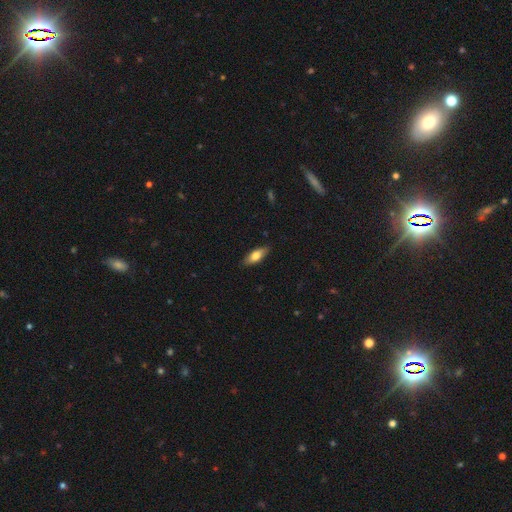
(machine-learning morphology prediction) The model was most divided on "how rounded": in between: 68%, cigar-shaped: 29%, round: 2%. More confident: merging — none (86%); smooth or featured — smooth (71%).